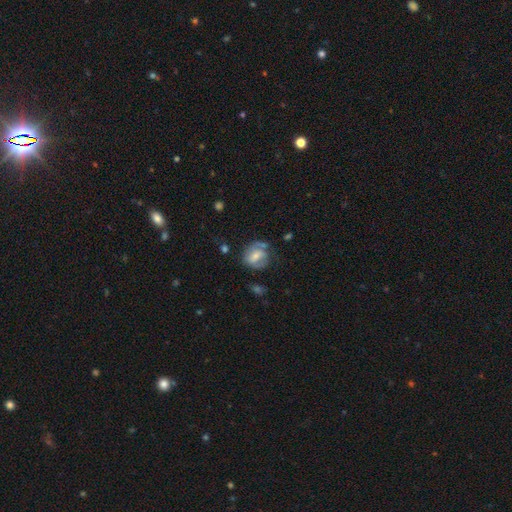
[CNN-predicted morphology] Smooth or featured: featured or disk — 55% (smooth — 38%)
Edge-on disk: no — 97% (yes — 3%)
Bar: weak — 46% (no — 35%)
Spiral arms: yes — 72% (no — 28%)
Bulge size: moderate — 45% (small — 42%)
Merging: none — 53% (minor disturbance — 26%)